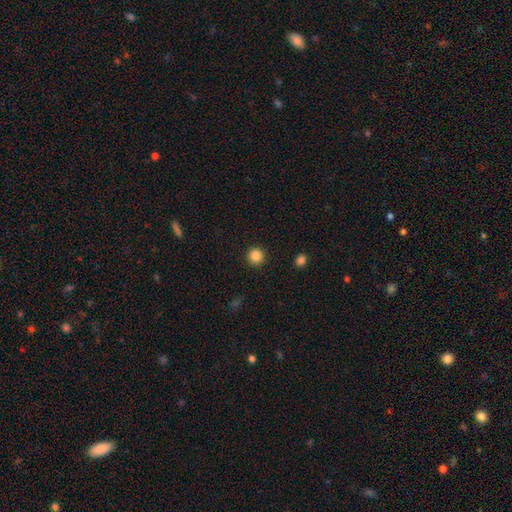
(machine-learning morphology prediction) A smooth galaxy with no disk features (85%) that is round (95%).

Vote fractions:
- Smooth or featured? smooth: 85% / star or artifact: 11% / featured or disk: 4%
- How rounded? round: 95% / in between: 4% / cigar-shaped: 1%
- Merging? none: 93% / minor disturbance: 5% / major disturbance: 2% / merger: 1%